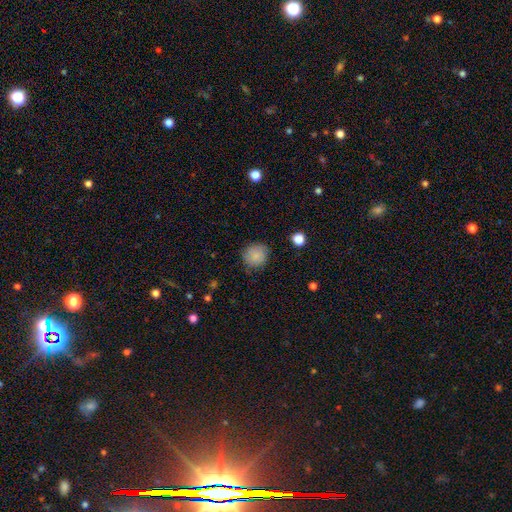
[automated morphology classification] smooth_or_featured: smooth (p=0.86) [alt: star or artifact p=0.09]
how_rounded: round (p=0.88) [alt: in between p=0.11]
merging: none (p=0.81) [alt: minor disturbance p=0.14]